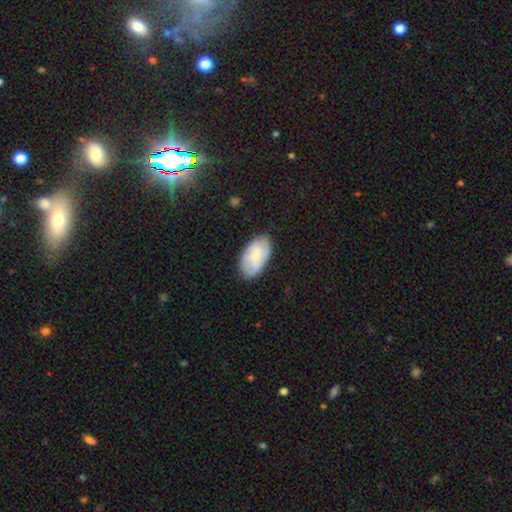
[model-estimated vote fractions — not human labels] Smooth or featured? smooth (59%)
How rounded? in between (94%)
Merging? none (81%)